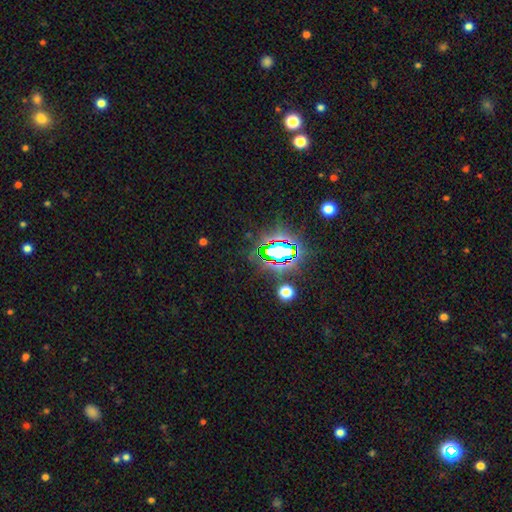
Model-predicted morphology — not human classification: Smooth or featured? Predicted: star or artifact (p=0.77).